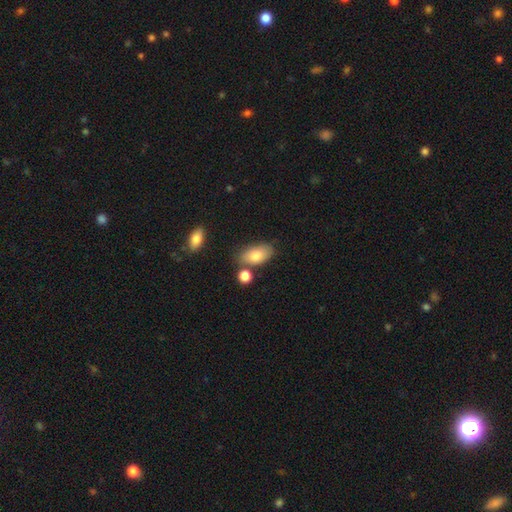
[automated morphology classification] smooth_or_featured: smooth (p=0.81) [alt: featured or disk p=0.11]
how_rounded: in between (p=0.92) [alt: round p=0.06]
merging: none (p=0.68) [alt: minor disturbance p=0.17]